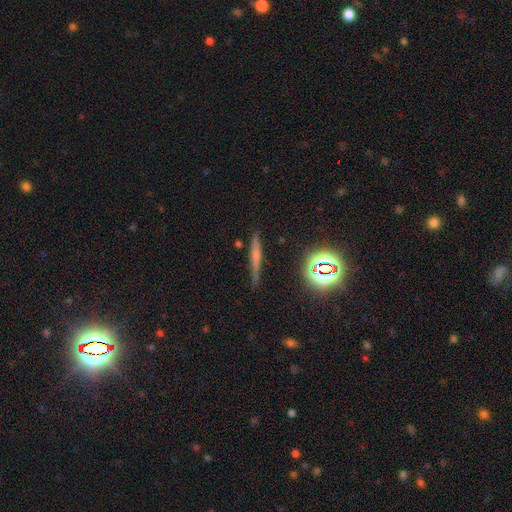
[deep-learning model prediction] The model was most divided on "smooth or featured": smooth: 47%, featured or disk: 35%, star or artifact: 17%. More confident: merging — none (85%).